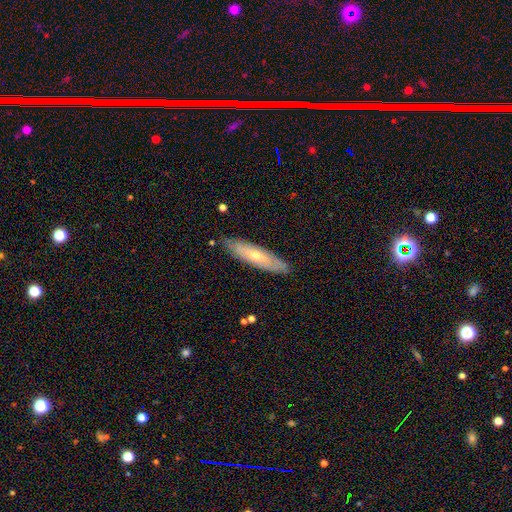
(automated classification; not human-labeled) Morphology: type=featured or disk (52%); edge-on=no (51%); merging=none (82%).